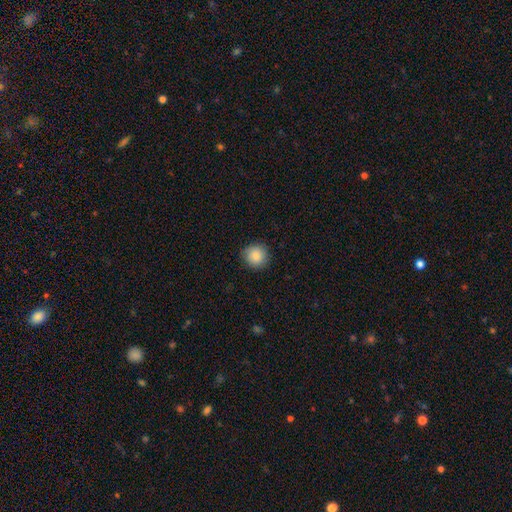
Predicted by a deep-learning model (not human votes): smooth_or_featured: smooth (p=0.86) [alt: star or artifact p=0.08]
how_rounded: round (p=0.92) [alt: in between p=0.07]
merging: none (p=0.89) [alt: minor disturbance p=0.08]